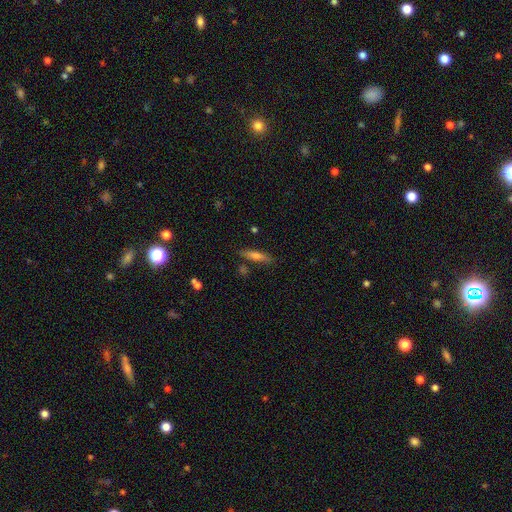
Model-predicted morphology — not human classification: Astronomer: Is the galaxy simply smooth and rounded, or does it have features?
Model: smooth — 58% (runner-up: featured or disk, 34%).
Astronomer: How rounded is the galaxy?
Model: cigar-shaped — 85%.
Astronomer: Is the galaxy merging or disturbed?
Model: none — 84%.